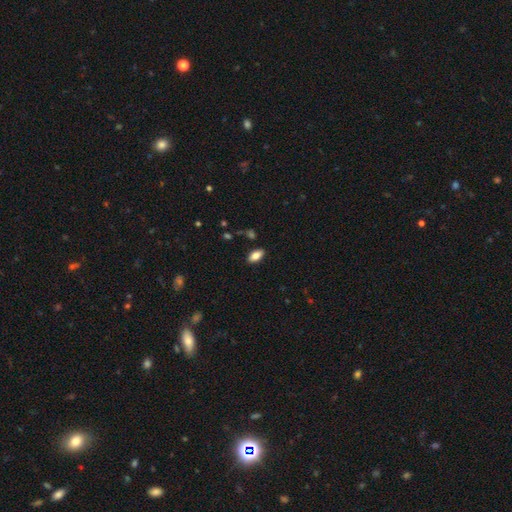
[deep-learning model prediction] smooth-or-featured: smooth: 83% | featured or disk: 9% | star or artifact: 8%
  how-rounded: in between: 91% | cigar-shaped: 6% | round: 3%
  merging: none: 86% | minor disturbance: 10% | major disturbance: 2% | merger: 2%